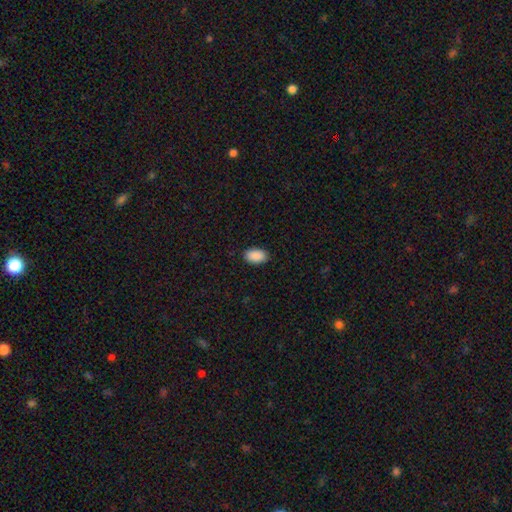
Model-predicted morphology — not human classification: Smooth or featured?
  - smooth: 91% *
  - star or artifact: 7%
  - featured or disk: 2%
How rounded?
  - in between: 93% *
  - round: 6%
  - cigar-shaped: 1%
Merging?
  - none: 89% *
  - minor disturbance: 8%
  - major disturbance: 2%
  - merger: 1%